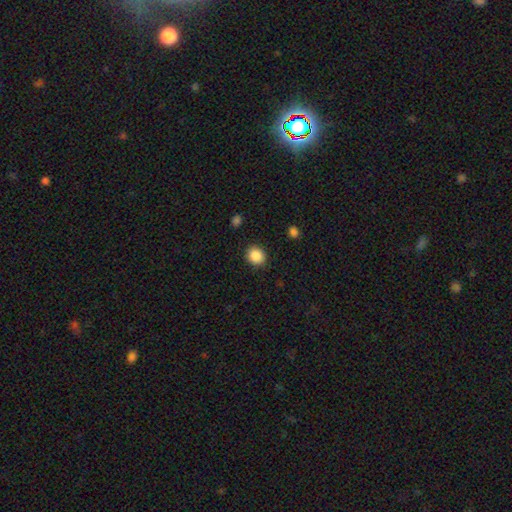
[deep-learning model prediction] Smooth or featured?
  - smooth: 87% *
  - star or artifact: 9%
  - featured or disk: 3%
How rounded?
  - round: 82% *
  - in between: 17%
  - cigar-shaped: 1%
Merging?
  - none: 89% *
  - minor disturbance: 7%
  - major disturbance: 2%
  - merger: 1%